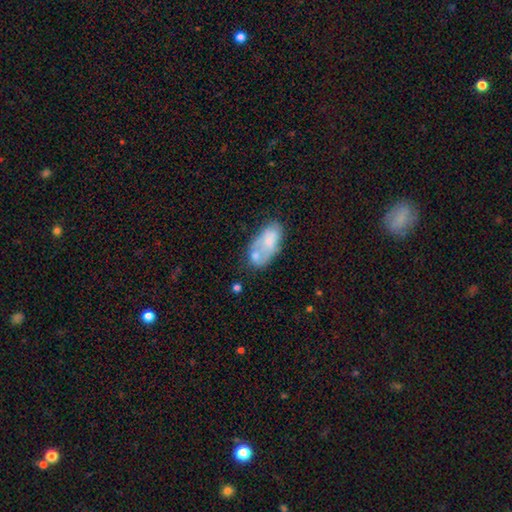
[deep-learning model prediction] A smooth galaxy with no disk features (60%) that is in between round and cigar-shaped (91%).

Vote fractions:
- Smooth or featured? smooth: 60% / featured or disk: 32% / star or artifact: 8%
- How rounded? in between: 91% / round: 6% / cigar-shaped: 3%
- Merging? merger: 32% / none: 31% / minor disturbance: 22% / major disturbance: 15%